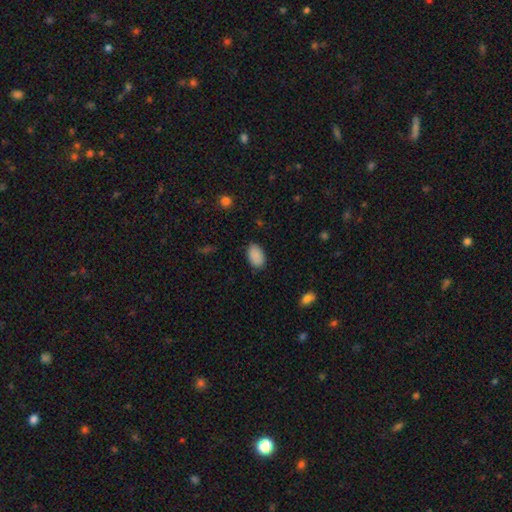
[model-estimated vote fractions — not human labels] Q: Smooth or featured?
A: smooth (90%); runner-up: star or artifact (7%)
Q: How rounded?
A: in between (91%); runner-up: round (7%)
Q: Merging?
A: none (86%); runner-up: minor disturbance (11%)